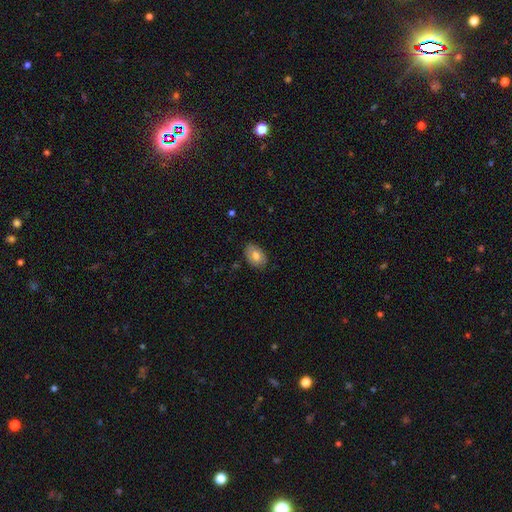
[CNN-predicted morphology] type=smooth (75%); roundness=in between (88%); merging=none (81%).